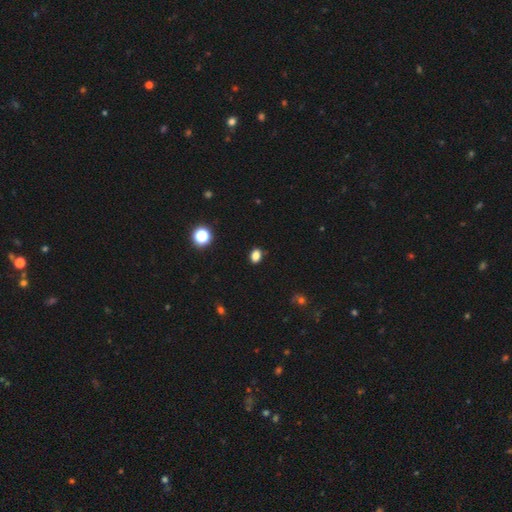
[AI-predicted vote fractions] Smooth or featured: smooth — 81% (star or artifact — 14%)
How rounded: in between — 71% (round — 28%)
Merging: none — 88% (minor disturbance — 9%)